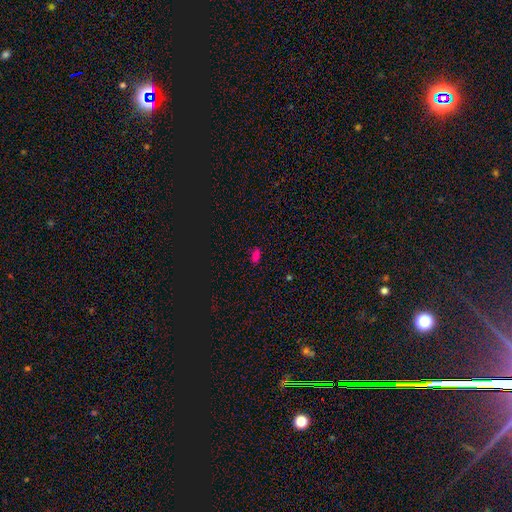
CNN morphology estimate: Smooth or featured? smooth (70%)
How rounded? in between (84%)
Merging? none (82%)